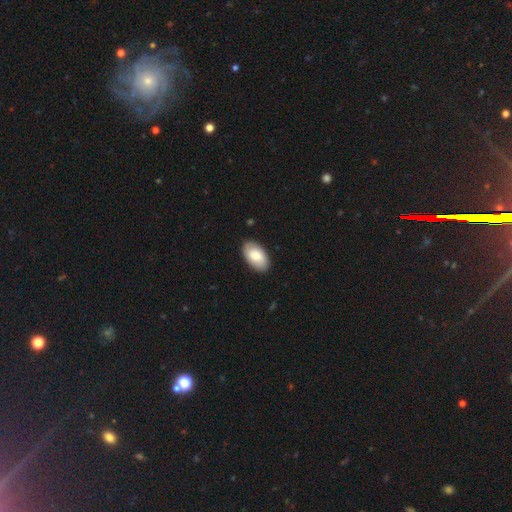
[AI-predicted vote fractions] This is likely a smooth galaxy (78%). How rounded: clearly in between (95%). Merging: clearly none (88%).